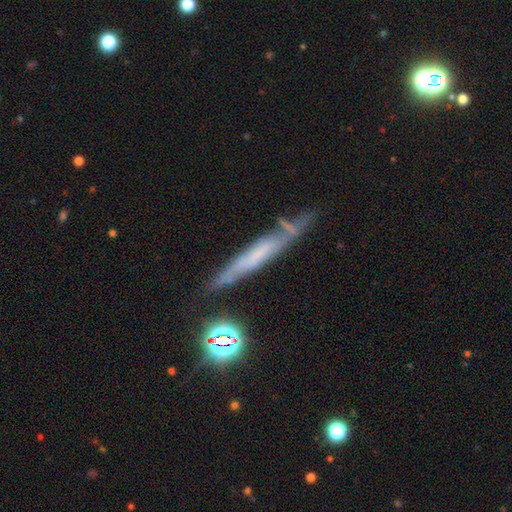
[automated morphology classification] Q: Smooth or featured?
A: featured or disk (54%); runner-up: smooth (32%)
Q: Edge-on disk?
A: yes (76%); runner-up: no (24%)
Q: Merging?
A: none (63%); runner-up: minor disturbance (23%)